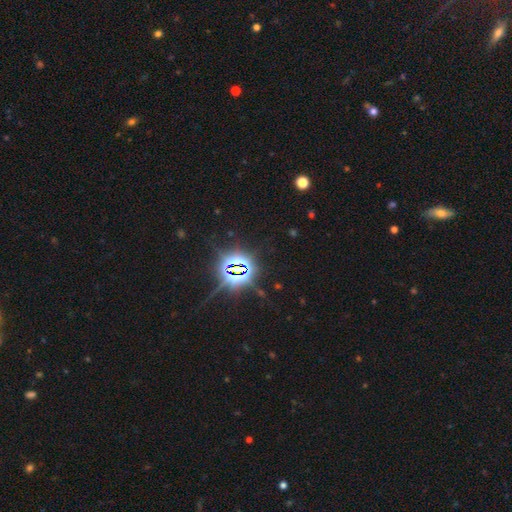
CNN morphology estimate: Smooth or featured? Predicted: star or artifact (p=0.84).